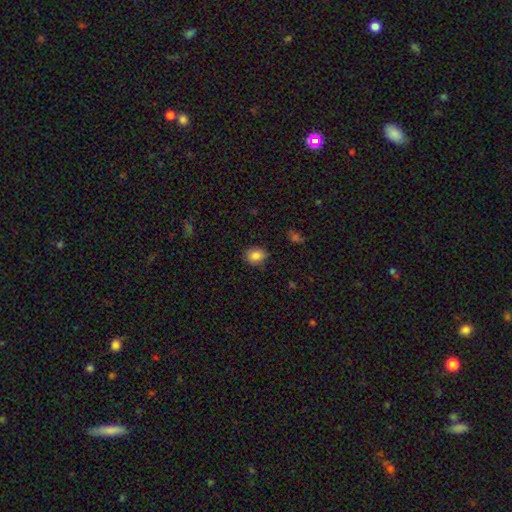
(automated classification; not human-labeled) Smooth or featured?
  - smooth: 85% *
  - star or artifact: 9%
  - featured or disk: 5%
How rounded?
  - round: 61% *
  - in between: 38%
  - cigar-shaped: 1%
Merging?
  - none: 84% *
  - minor disturbance: 12%
  - major disturbance: 3%
  - merger: 1%